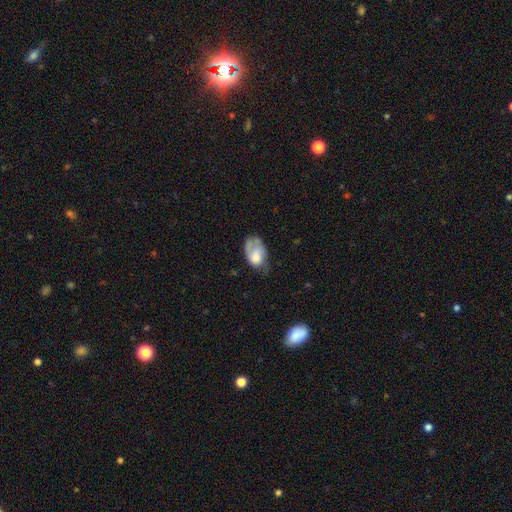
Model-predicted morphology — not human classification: Overall: smooth (58%; featured or disk 35%). How rounded: in between (88%). Merging: none (34%, tied with minor disturbance).